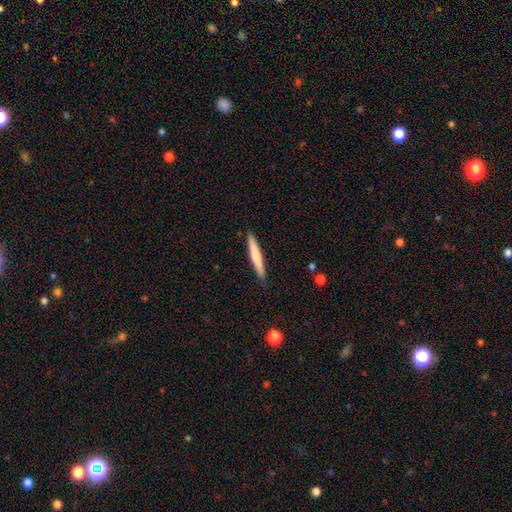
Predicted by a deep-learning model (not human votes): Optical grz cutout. It shows a smooth galaxy with no disk features (63%) that is cigar-shaped (95%). Merging: none (89%).